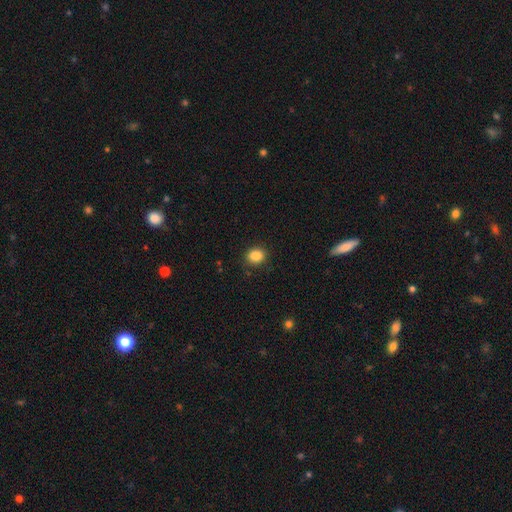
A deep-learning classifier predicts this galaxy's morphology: This appears to be a smooth galaxy with no disk features (87%) that is round (61%). Merging: none (87%).